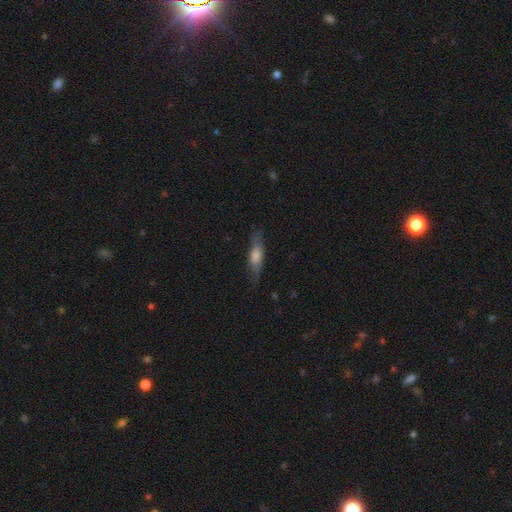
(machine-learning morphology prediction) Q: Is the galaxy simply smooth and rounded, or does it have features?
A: smooth — 52%.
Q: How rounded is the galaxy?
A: cigar-shaped — 62%.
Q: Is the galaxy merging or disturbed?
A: none — 77%.